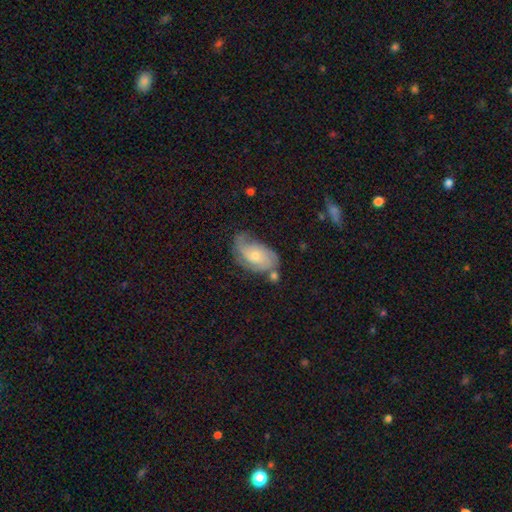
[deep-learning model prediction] A featured or disk galaxy (71%) with no bar (70%), 2 (47%) medium (42%) spiral arms (92%) and a small central bulge (57%). Merging: none (54%).